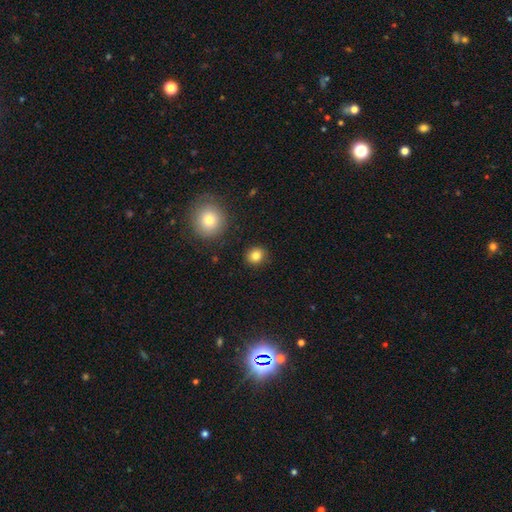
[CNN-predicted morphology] Overall: smooth (83%). How rounded: round (80%). Merging: none (89%).